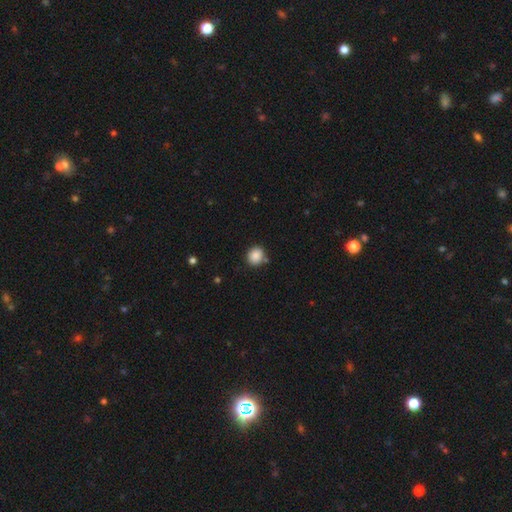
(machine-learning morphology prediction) A smooth galaxy with no disk features (88%) that is round (76%).

Vote fractions:
- Smooth or featured? smooth: 88% / star or artifact: 9% / featured or disk: 4%
- How rounded? round: 76% / in between: 24% / cigar-shaped: 1%
- Merging? none: 78% / minor disturbance: 13% / merger: 6% / major disturbance: 3%